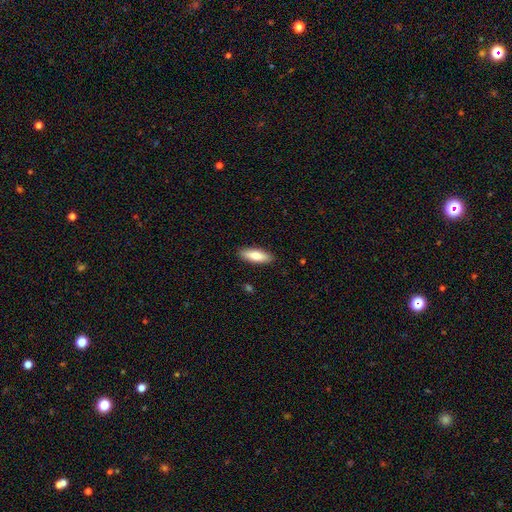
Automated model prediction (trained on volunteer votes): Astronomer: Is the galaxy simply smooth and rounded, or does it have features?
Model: smooth — 79%.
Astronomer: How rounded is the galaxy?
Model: in between — 60% (runner-up: cigar-shaped, 38%).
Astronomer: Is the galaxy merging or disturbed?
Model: none — 89%.